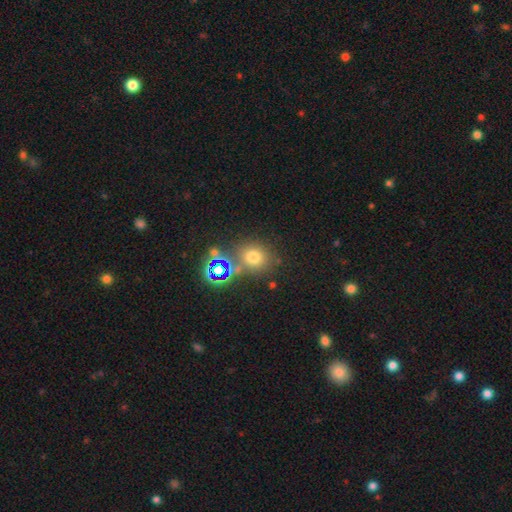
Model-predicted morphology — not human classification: smooth 65%, star or artifact 26%, featured or disk 9%. Down the decision tree: how rounded — round (79%); merging — none (69%).